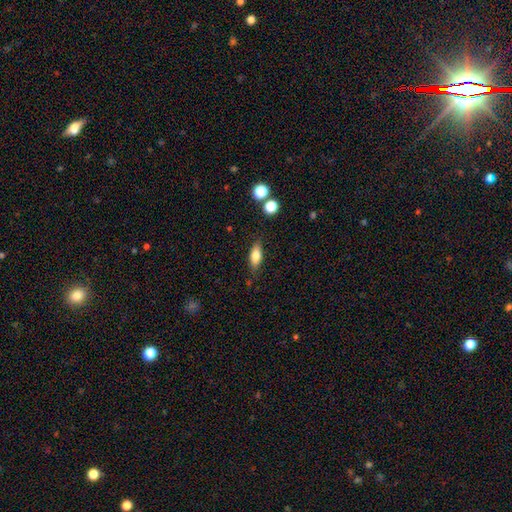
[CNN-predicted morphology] This is likely a smooth galaxy (77%). How rounded: likely in between (76%). Merging: clearly none (81%).